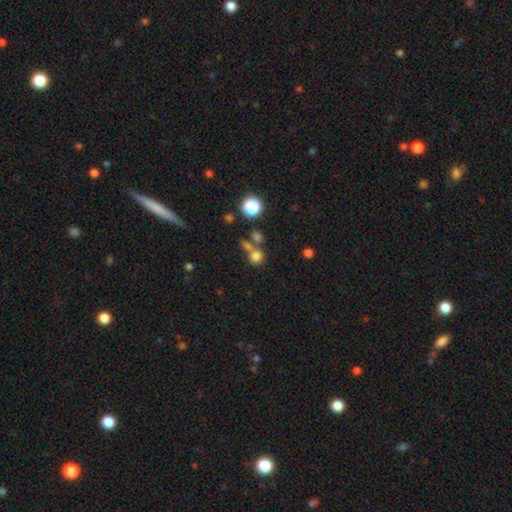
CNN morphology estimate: Smooth or featured?
  - smooth: 75% *
  - star or artifact: 16%
  - featured or disk: 9%
How rounded?
  - round: 85% *
  - in between: 13%
  - cigar-shaped: 1%
Merging?
  - none: 52% *
  - merger: 33%
  - minor disturbance: 9%
  - major disturbance: 5%